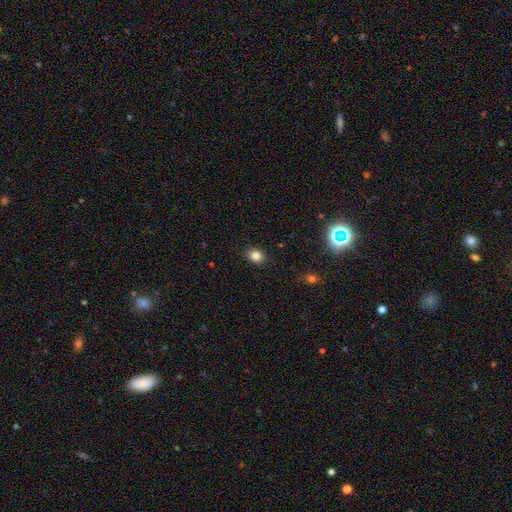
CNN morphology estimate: smooth_or_featured: smooth (p=0.83) [alt: star or artifact p=0.12]
how_rounded: round (p=0.62) [alt: in between p=0.37]
merging: none (p=0.89) [alt: minor disturbance p=0.08]